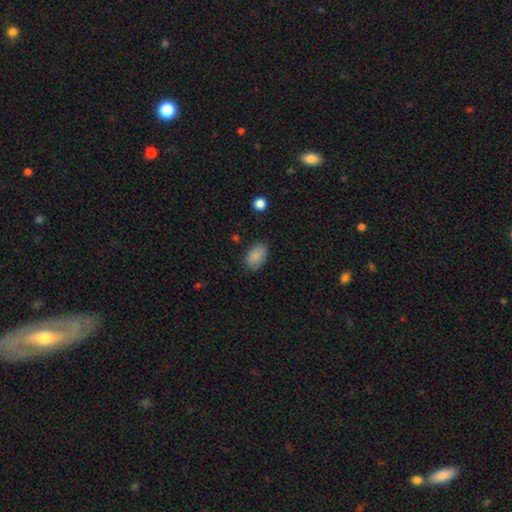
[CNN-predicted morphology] Smooth or featured: smooth — 87% (star or artifact — 8%)
How rounded: in between — 87% (round — 12%)
Merging: none — 79% (minor disturbance — 16%)